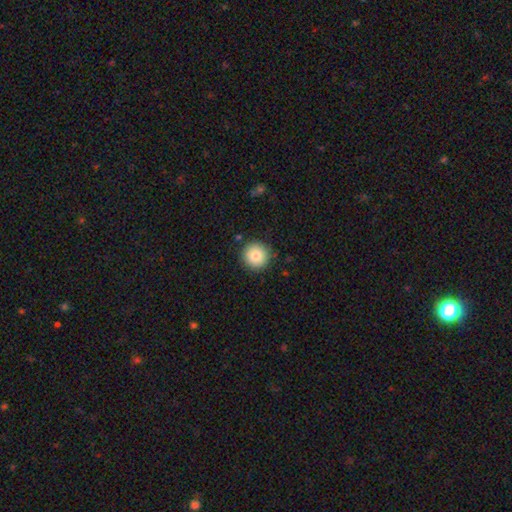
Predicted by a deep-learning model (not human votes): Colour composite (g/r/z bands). It shows a smooth galaxy with no disk features (83%) that is round (96%). Merging: none (88%).